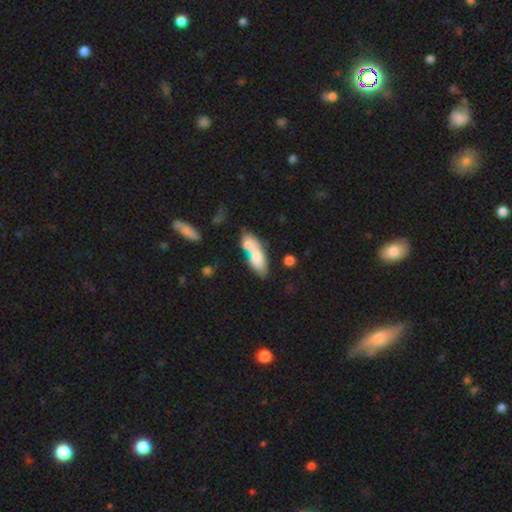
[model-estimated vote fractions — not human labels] Morphology: type=smooth (72%); roundness=in between (61%); merging=merger (41%).